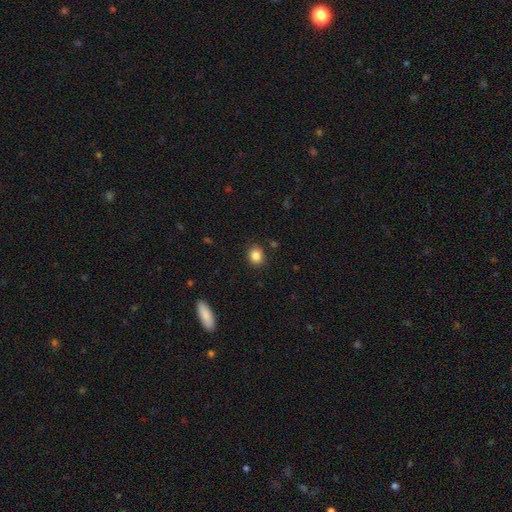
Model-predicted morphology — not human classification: A smooth galaxy with no disk features (85%) that is round (63%). Merging: none (88%).